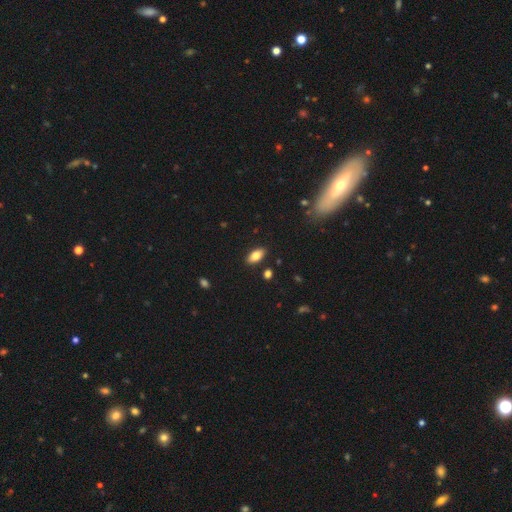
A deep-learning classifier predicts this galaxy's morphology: Q: Smooth or featured?
A: smooth (78%); runner-up: featured or disk (14%)
Q: How rounded?
A: in between (90%); runner-up: cigar-shaped (7%)
Q: Merging?
A: none (88%); runner-up: minor disturbance (9%)